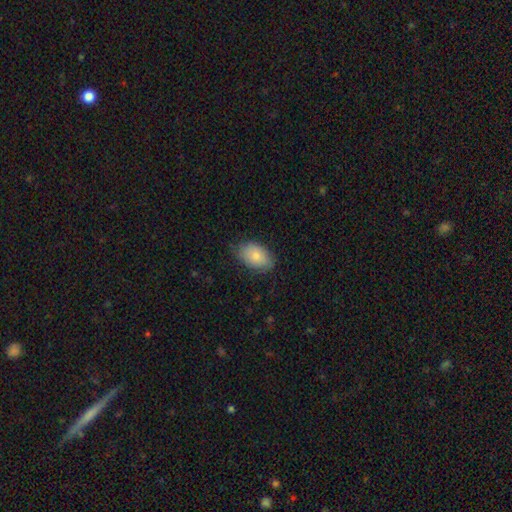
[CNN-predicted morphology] smooth-or-featured: smooth: 81% | featured or disk: 13% | star or artifact: 7%
  how-rounded: in between: 90% | round: 8% | cigar-shaped: 1%
  merging: none: 75% | minor disturbance: 20% | major disturbance: 4% | merger: 1%